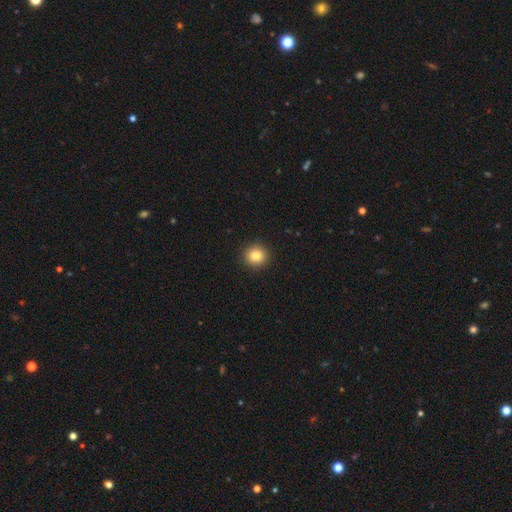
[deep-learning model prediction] smooth-or-featured: smooth: 84% | star or artifact: 10% | featured or disk: 5%
  how-rounded: round: 91% | in between: 8% | cigar-shaped: 1%
  merging: none: 92% | minor disturbance: 5% | major disturbance: 2% | merger: 1%